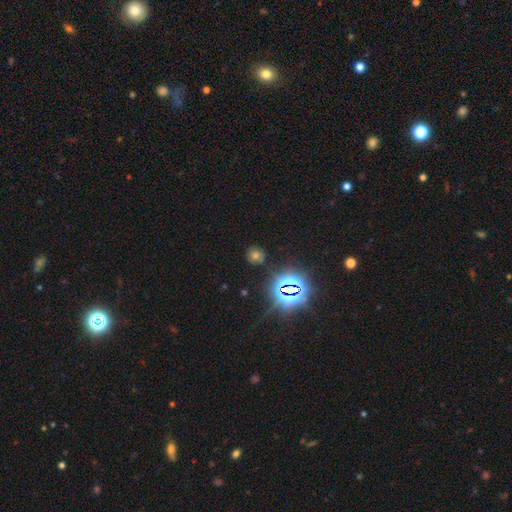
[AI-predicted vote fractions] Smooth or featured? Predicted: star or artifact (p=0.48).